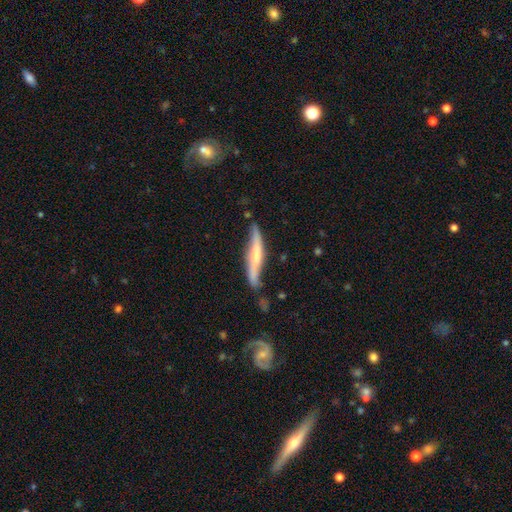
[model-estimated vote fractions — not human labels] The model was most divided on "smooth or featured": featured or disk: 55%, smooth: 39%, star or artifact: 6%. More confident: edge-on disk — yes (72%); merging — none (58%).